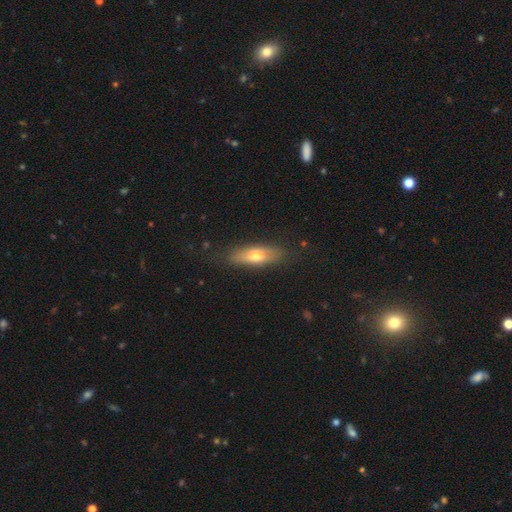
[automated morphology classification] Smooth or featured? Predicted: smooth (p=0.55). How rounded? Predicted: cigar-shaped (p=0.51). Merging? Predicted: none (p=0.82).